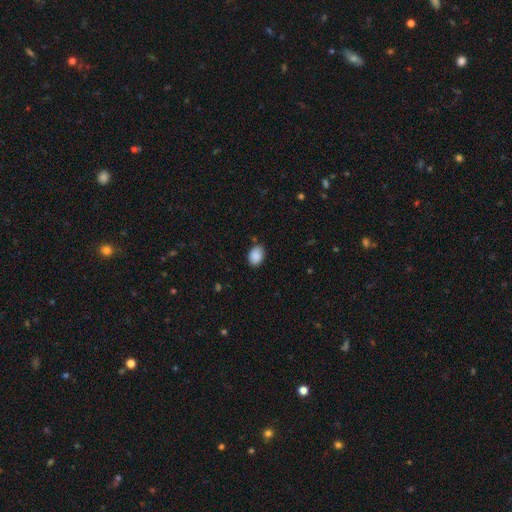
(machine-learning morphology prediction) This appears to be a smooth galaxy with no disk features (89%) that is in between round and cigar-shaped (79%). Merging: none (81%).